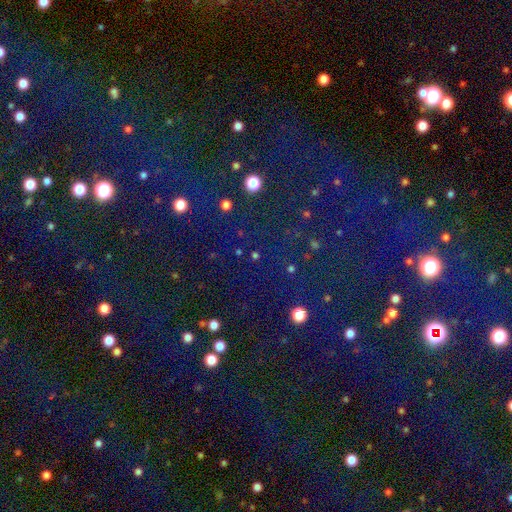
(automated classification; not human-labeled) Smooth or featured? Predicted: star or artifact (p=0.66).